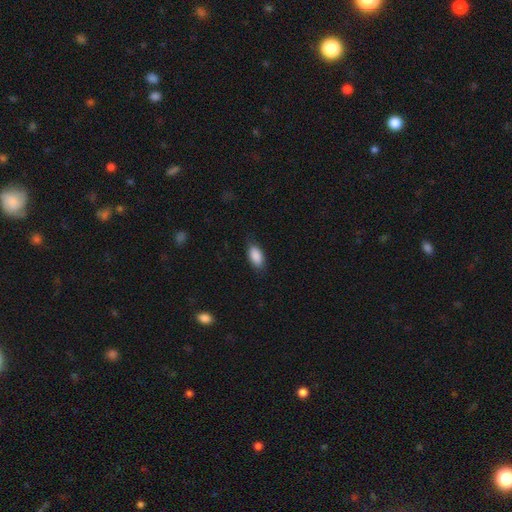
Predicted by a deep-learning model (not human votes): The model was most divided on "merging": none: 82%, minor disturbance: 14%, major disturbance: 3%, merger: 1%. More confident: how rounded — in between (92%); smooth or featured — smooth (89%).